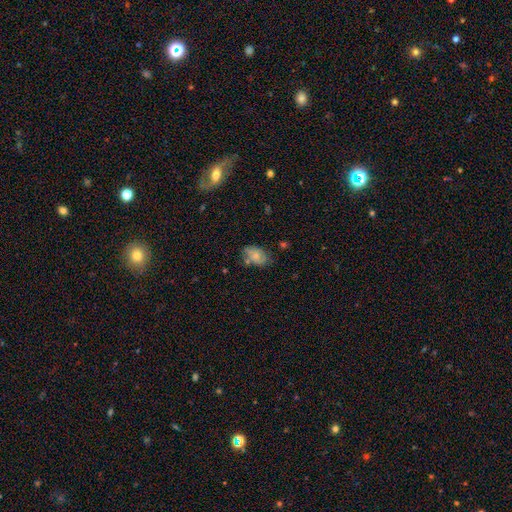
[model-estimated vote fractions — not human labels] This is likely a smooth galaxy (61%). How rounded: clearly in between (84%). Merging: likely none (61%).